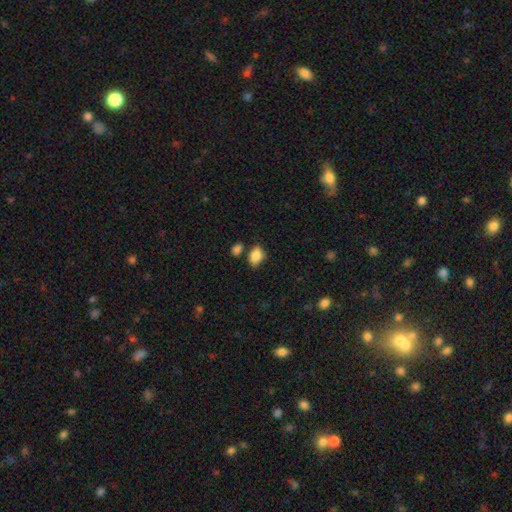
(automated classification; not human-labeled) smooth 86%, star or artifact 8%, featured or disk 7%. Down the decision tree: how rounded — in between (84%); merging — none (69%).